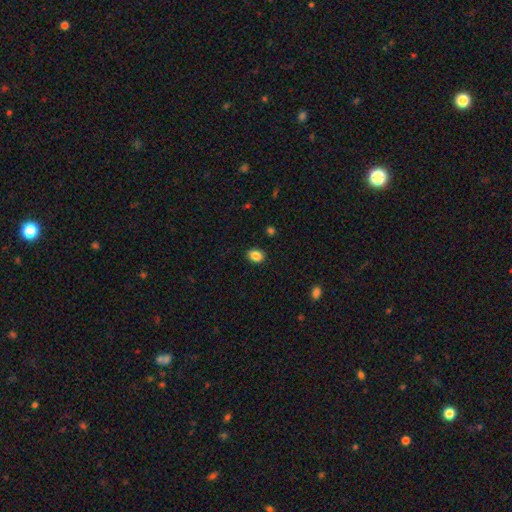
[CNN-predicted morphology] smooth_or_featured: smooth (p=0.87) [alt: star or artifact p=0.10]
how_rounded: in between (p=0.63) [alt: round p=0.36]
merging: none (p=0.88) [alt: minor disturbance p=0.09]